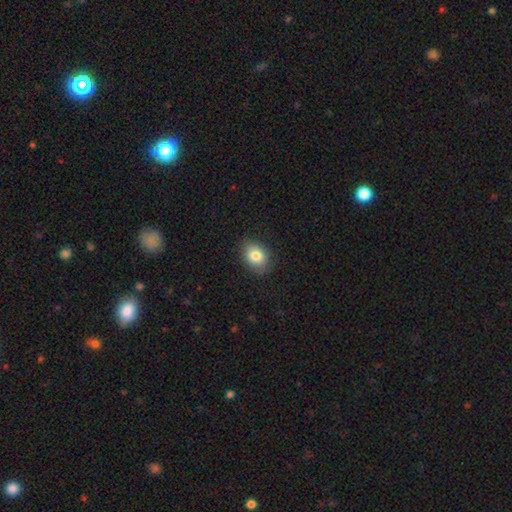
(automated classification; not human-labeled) Morphology: type=smooth (82%); roundness=in between (64%); merging=none (84%).